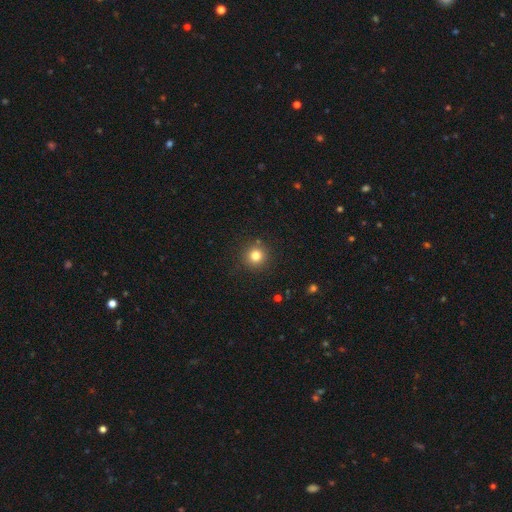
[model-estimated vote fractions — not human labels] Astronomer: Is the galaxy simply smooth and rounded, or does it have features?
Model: smooth — 80%.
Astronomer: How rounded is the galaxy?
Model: round — 95%.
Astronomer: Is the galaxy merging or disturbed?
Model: none — 90%.